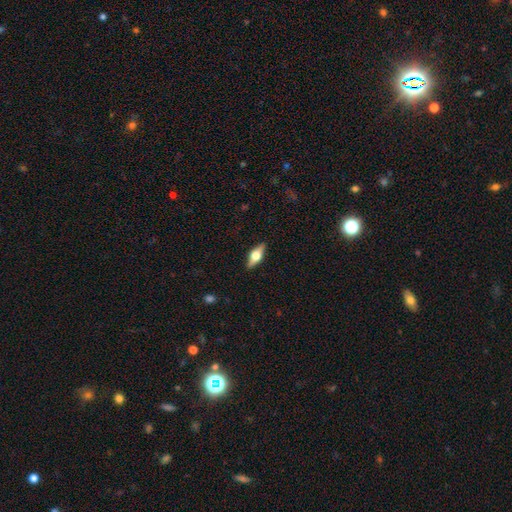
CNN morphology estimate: Smooth or featured?
  - featured or disk: 60% *
  - smooth: 34%
  - star or artifact: 6%
Edge-on disk?
  - yes: 94% *
  - no: 6%
Edge-on bulge?
  - rounded: 95% *
  - boxy: 3%
  - none: 1%
Merging?
  - none: 89% *
  - minor disturbance: 8%
  - major disturbance: 2%
  - merger: 1%